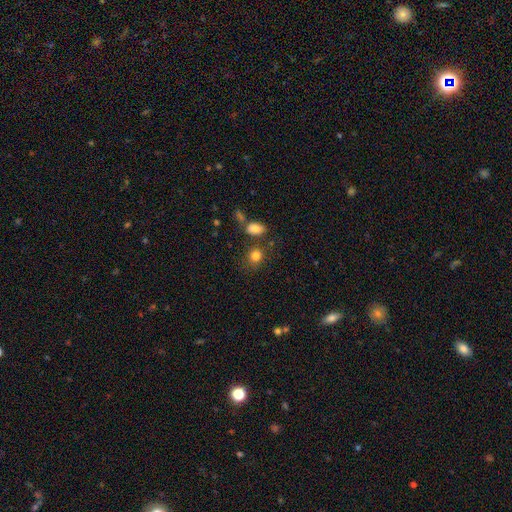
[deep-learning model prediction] smooth_or_featured: smooth (p=0.82) [alt: star or artifact p=0.11]
how_rounded: round (p=0.63) [alt: in between p=0.36]
merging: none (p=0.69) [alt: minor disturbance p=0.14]